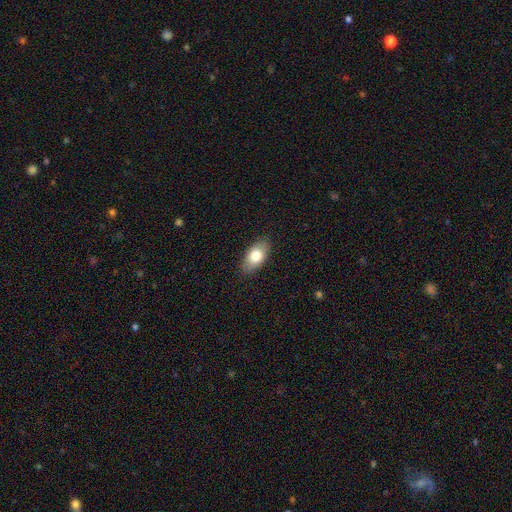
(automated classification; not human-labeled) smooth_or_featured: smooth (p=0.77) [alt: featured or disk p=0.16]
how_rounded: in between (p=0.91) [alt: round p=0.04]
merging: none (p=0.86) [alt: minor disturbance p=0.10]